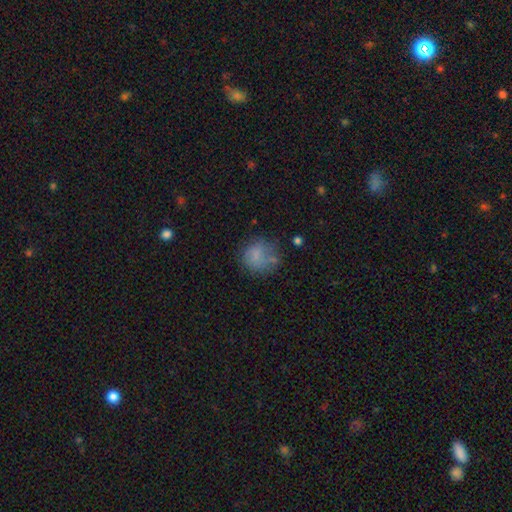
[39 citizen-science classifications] Smooth or featured?
  - smooth: 69% *
  - featured or disk: 23%
  - star or artifact: 8%
How rounded?
  - round: 81% *
  - in between: 19%
  - cigar-shaped: 0%
Merging?
  - none: 58% *
  - major disturbance: 25%
  - minor disturbance: 11%
  - merger: 6%